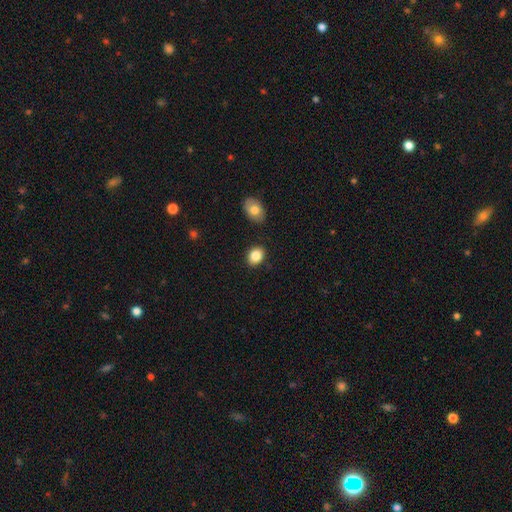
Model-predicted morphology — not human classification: Q: Smooth or featured?
A: smooth (85%); runner-up: star or artifact (8%)
Q: How rounded?
A: in between (64%); runner-up: round (35%)
Q: Merging?
A: none (85%); runner-up: minor disturbance (9%)